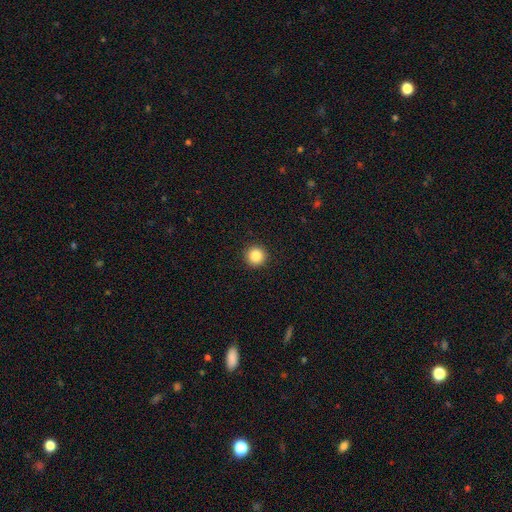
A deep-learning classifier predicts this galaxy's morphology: Smooth or featured? smooth (86%)
How rounded? round (96%)
Merging? none (93%)